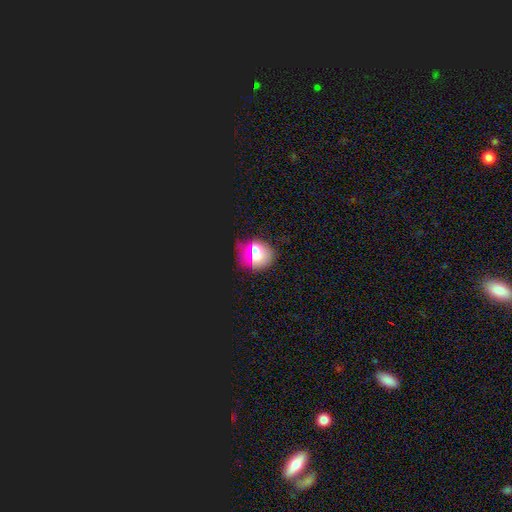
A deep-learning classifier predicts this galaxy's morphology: Smooth or featured?
  - smooth: 55% *
  - star or artifact: 31%
  - featured or disk: 14%
How rounded?
  - round: 78% *
  - in between: 19%
  - cigar-shaped: 2%
Merging?
  - none: 73% *
  - minor disturbance: 14%
  - major disturbance: 8%
  - merger: 5%